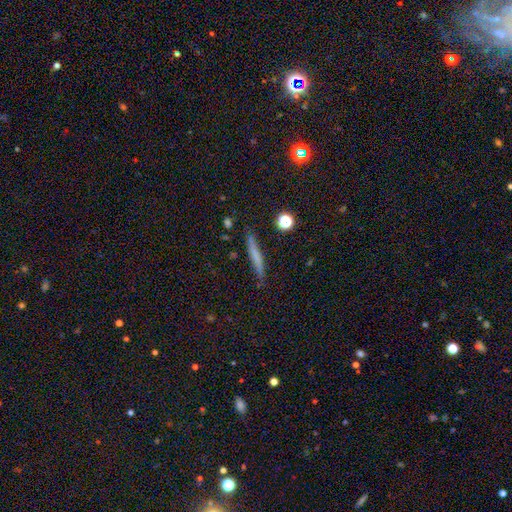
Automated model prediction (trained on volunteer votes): smooth_or_featured: smooth (p=0.60) [alt: featured or disk p=0.30]
how_rounded: cigar-shaped (p=0.93) [alt: in between p=0.04]
merging: none (p=0.85) [alt: minor disturbance p=0.11]